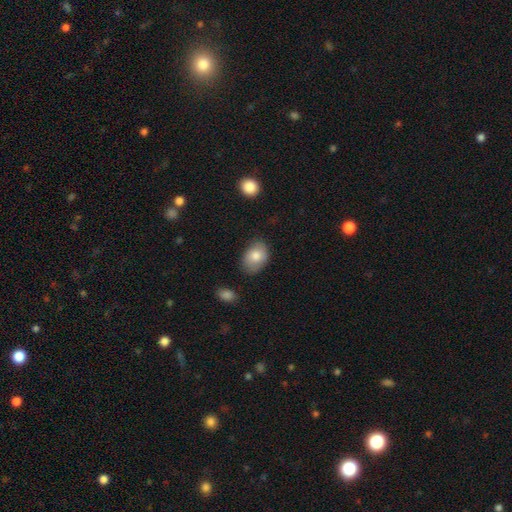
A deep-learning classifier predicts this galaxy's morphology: The model was most divided on "merging": none: 71%, minor disturbance: 22%, major disturbance: 4%, merger: 2%. More confident: smooth or featured — smooth (81%); how rounded — in between (78%).